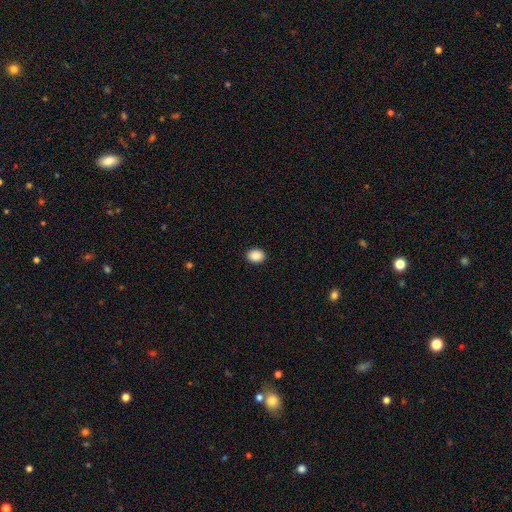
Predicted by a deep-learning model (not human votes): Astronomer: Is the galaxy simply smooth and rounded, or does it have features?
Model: smooth — 88%.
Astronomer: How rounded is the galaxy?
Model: in between — 53% (runner-up: round, 46%).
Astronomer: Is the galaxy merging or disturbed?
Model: none — 92%.